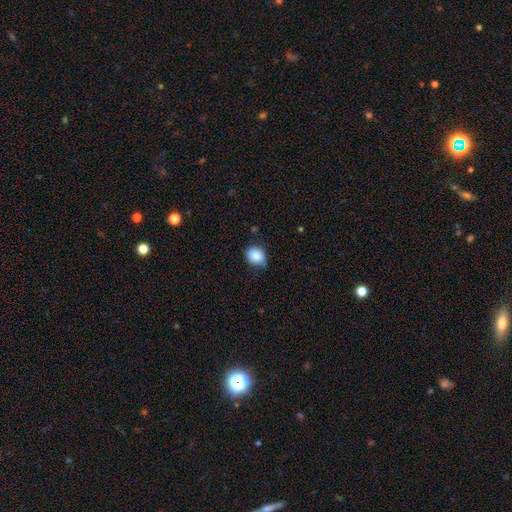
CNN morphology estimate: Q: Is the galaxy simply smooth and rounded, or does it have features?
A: smooth — 86%.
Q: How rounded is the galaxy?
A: round — 66%.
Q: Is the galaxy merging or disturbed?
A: none — 69%.